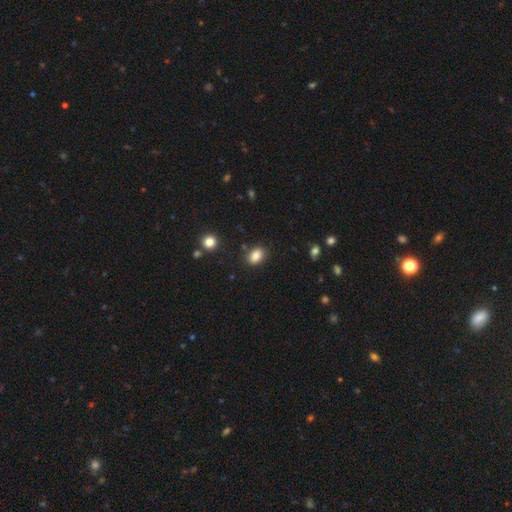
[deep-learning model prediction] Smooth or featured? Predicted: smooth (p=0.85). How rounded? Predicted: in between (p=0.74). Merging? Predicted: none (p=0.84).